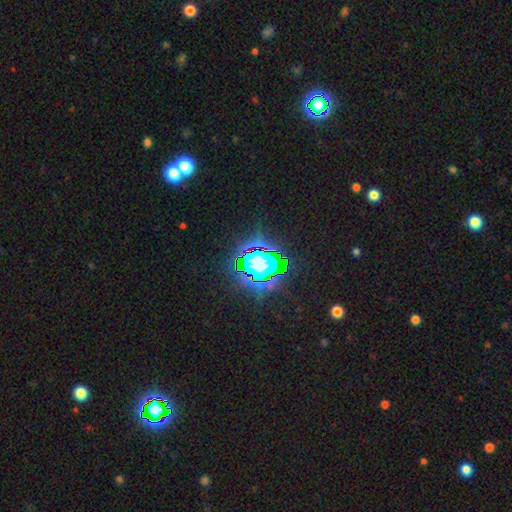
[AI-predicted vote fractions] This is likely a star or artifact rather than a galaxy (63%).